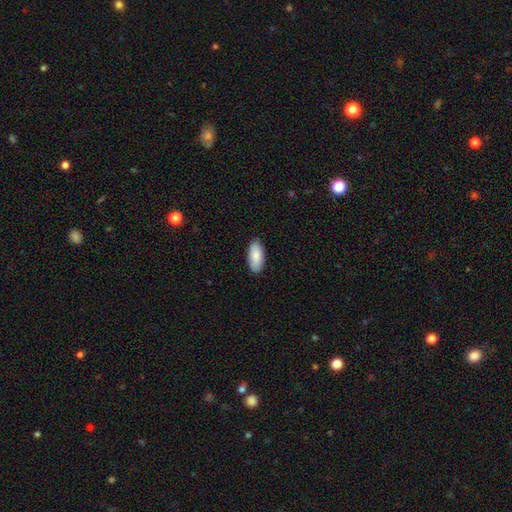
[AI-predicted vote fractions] The model was most divided on "merging": none: 88%, minor disturbance: 9%, major disturbance: 2%, merger: 1%. More confident: how rounded — in between (92%); smooth or featured — smooth (87%).